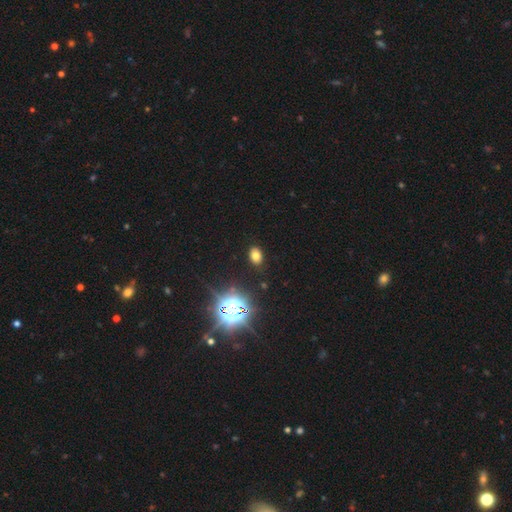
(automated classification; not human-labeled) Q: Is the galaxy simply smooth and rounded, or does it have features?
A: smooth — 70%.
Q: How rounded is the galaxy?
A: in between — 77%.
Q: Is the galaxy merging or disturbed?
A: none — 87%.